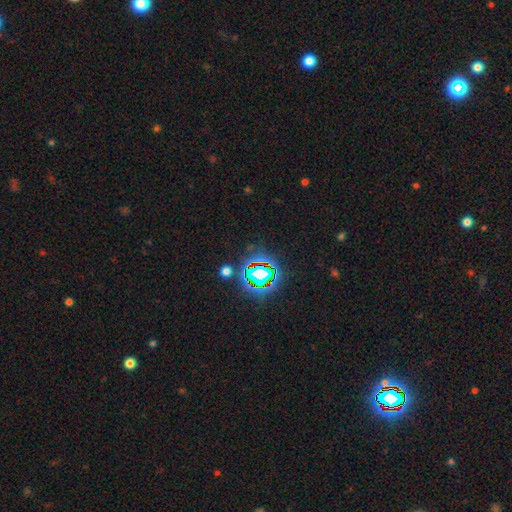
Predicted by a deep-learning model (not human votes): Smooth or featured? Predicted: star or artifact (p=0.81).